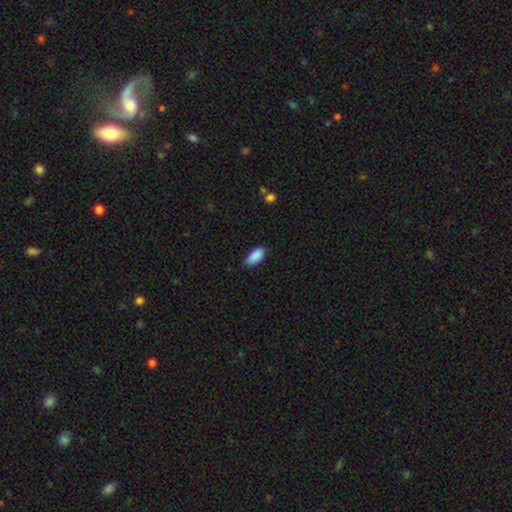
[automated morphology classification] smooth 89%, star or artifact 7%, featured or disk 4%. Down the decision tree: how rounded — in between (89%); merging — none (72%).